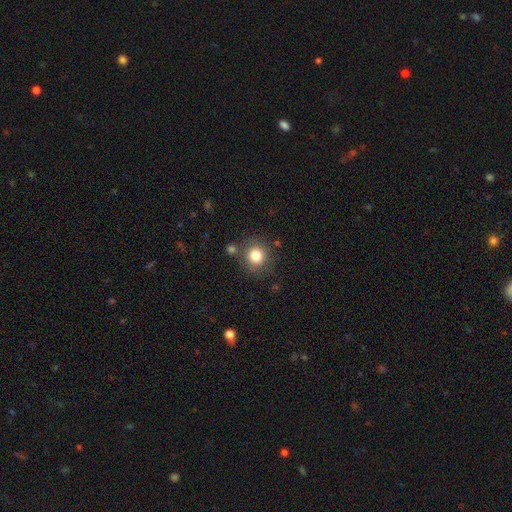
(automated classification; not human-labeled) Smooth or featured? Predicted: smooth (p=0.81). How rounded? Predicted: round (p=0.90). Merging? Predicted: none (p=0.79).